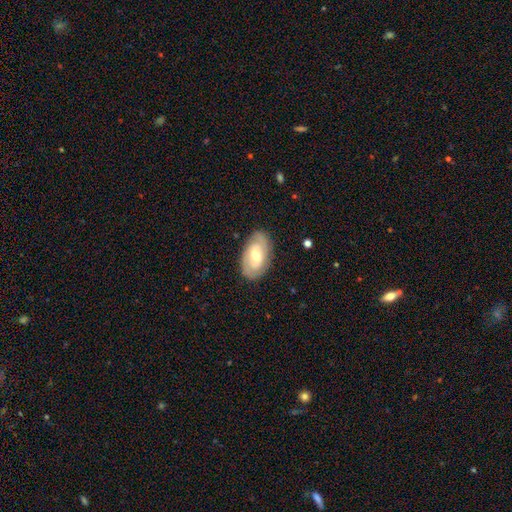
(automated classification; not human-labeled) A featured or disk galaxy (59%) with no bar (46%), spiral arms (69%) and a moderate central bulge (63%).

Vote fractions:
- Smooth or featured? featured or disk: 59% / smooth: 36% / star or artifact: 6%
- Edge-on disk? no: 93% / yes: 7%
- Bar? no: 46% / weak: 41% / strong: 13%
- Spiral arms? yes: 69% / no: 31%
- Bulge size? moderate: 63% / small: 30% / large: 5% / none: 1% / dominant: 1%
- Merging? none: 83% / minor disturbance: 13% / major disturbance: 3% / merger: 1%